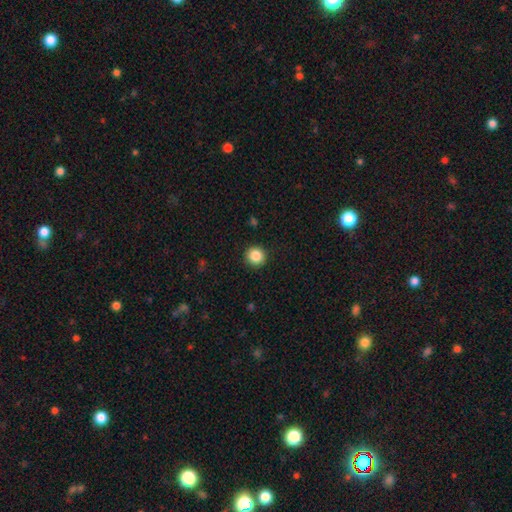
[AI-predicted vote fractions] smooth 87%, star or artifact 10%, featured or disk 4%. Down the decision tree: how rounded — round (94%); merging — none (92%).